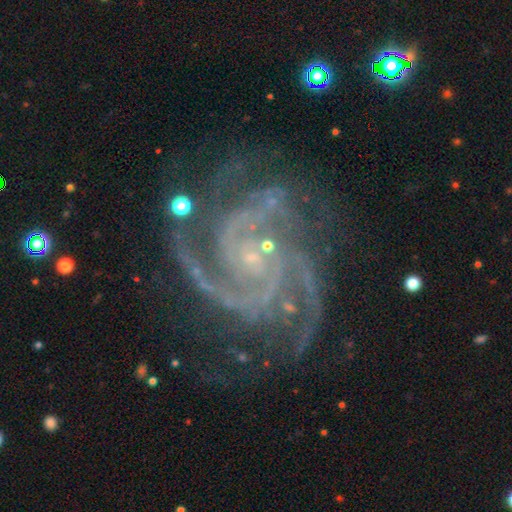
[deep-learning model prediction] featured or disk 92%, star or artifact 5%, smooth 2%. Down the decision tree: edge-on disk — no (98%); bar — no (63%); spiral arms — yes (99%); spiral arm count — 3 (34%); spiral winding — tight (57%); bulge size — small (83%); merging — none (69%).